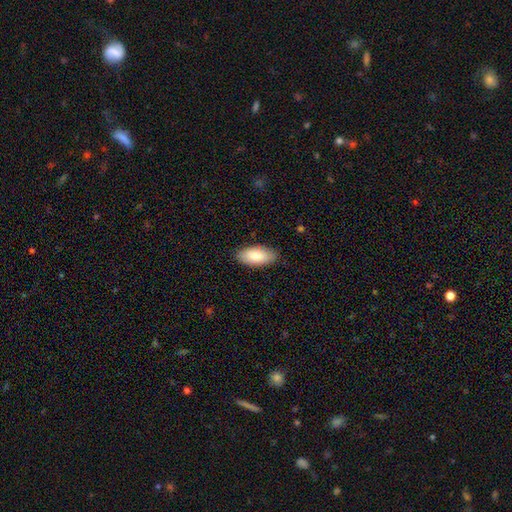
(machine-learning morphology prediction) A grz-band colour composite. It shows a smooth galaxy with no disk features (88%) that is in between round and cigar-shaped (91%). Merging: none (87%).